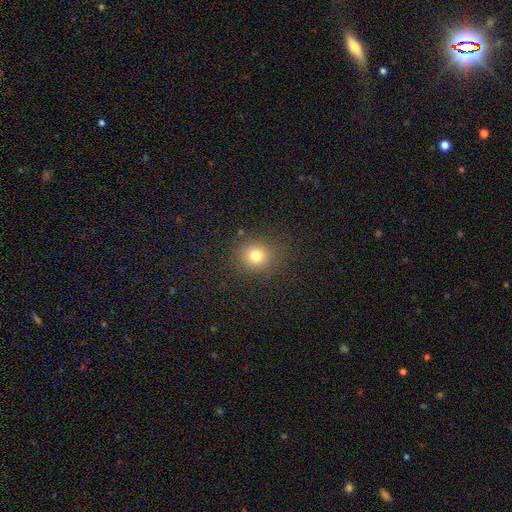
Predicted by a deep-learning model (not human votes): A smooth galaxy with no disk features (78%) that is round (83%). Merging: none (86%).